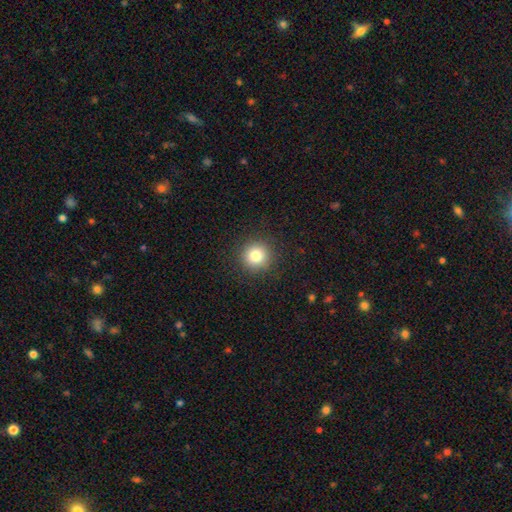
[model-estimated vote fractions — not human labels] Q: Smooth or featured?
A: smooth (81%); runner-up: star or artifact (12%)
Q: How rounded?
A: round (95%); runner-up: in between (5%)
Q: Merging?
A: none (91%); runner-up: minor disturbance (6%)